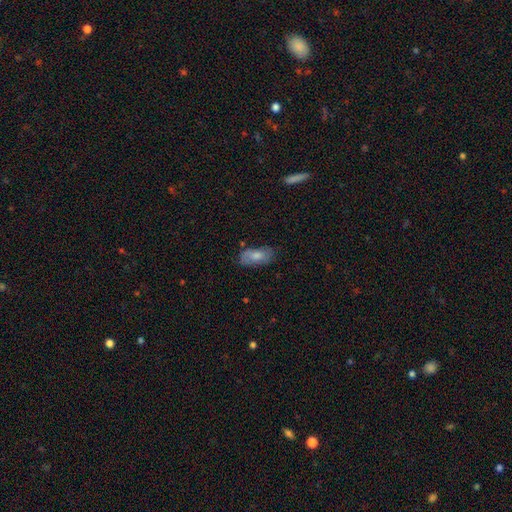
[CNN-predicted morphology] type=smooth (74%); roundness=in between (90%); merging=none (67%).